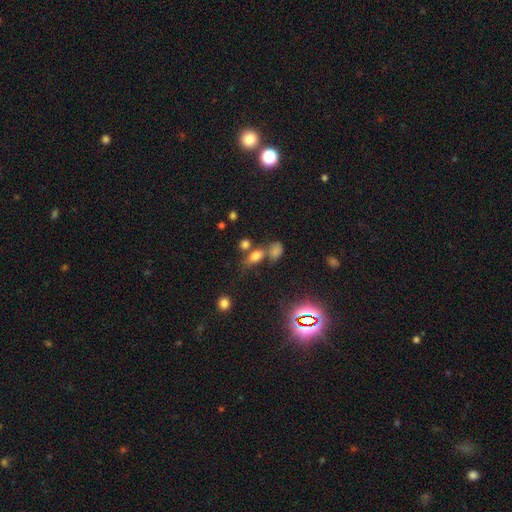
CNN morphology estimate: smooth-or-featured: smooth: 71% | star or artifact: 17% | featured or disk: 12%
  how-rounded: in between: 74% | round: 18% | cigar-shaped: 8%
  merging: none: 48% | merger: 30% | minor disturbance: 14% | major disturbance: 8%